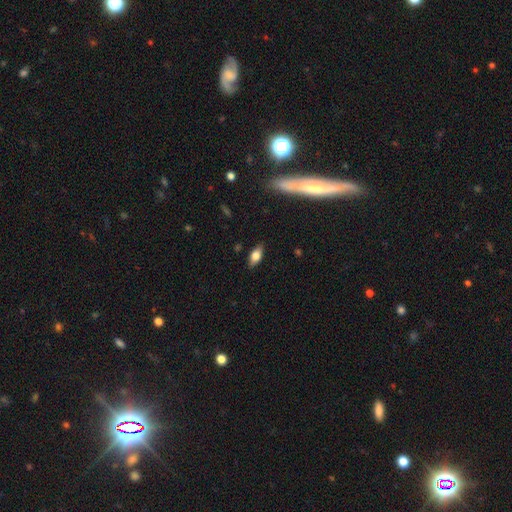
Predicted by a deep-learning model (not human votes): Overall: smooth (67%). How rounded: in between (83%). Merging: none (84%).